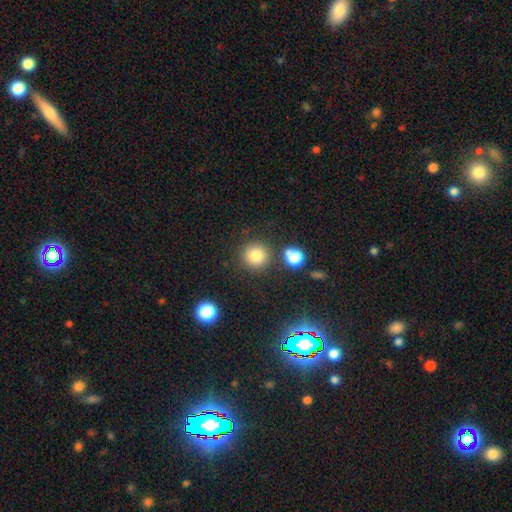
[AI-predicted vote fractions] Q: Smooth or featured?
A: smooth (81%); runner-up: star or artifact (13%)
Q: How rounded?
A: round (93%); runner-up: in between (6%)
Q: Merging?
A: none (82%); runner-up: minor disturbance (8%)